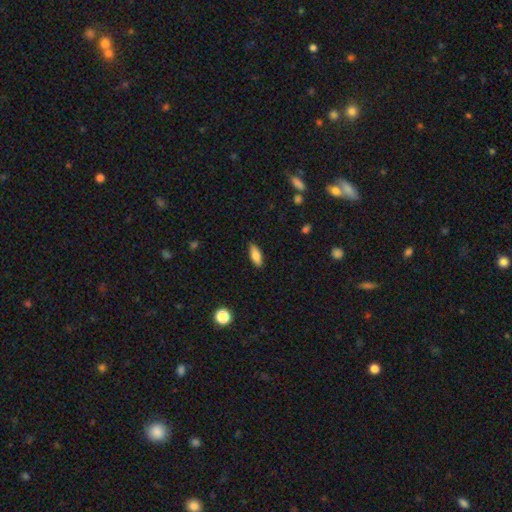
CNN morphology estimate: Smooth or featured? smooth (78%)
How rounded? in between (74%)
Merging? none (87%)